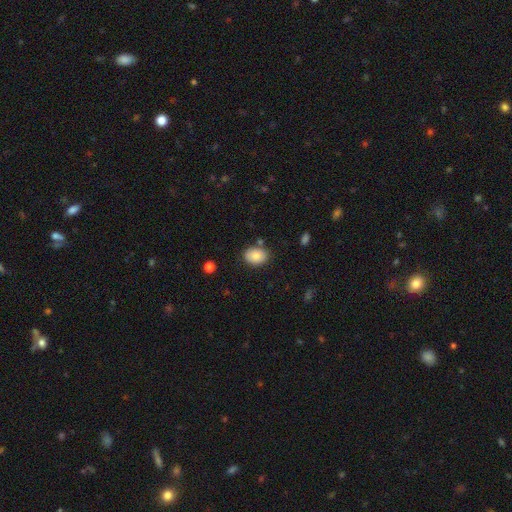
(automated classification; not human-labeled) Morphology: type=smooth (85%); roundness=in between (77%); merging=none (80%).